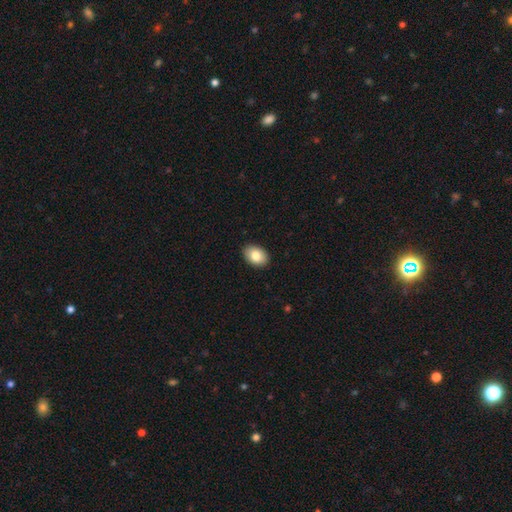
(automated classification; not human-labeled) smooth 83%, featured or disk 10%, star or artifact 7%. Down the decision tree: how rounded — in between (84%); merging — none (90%).